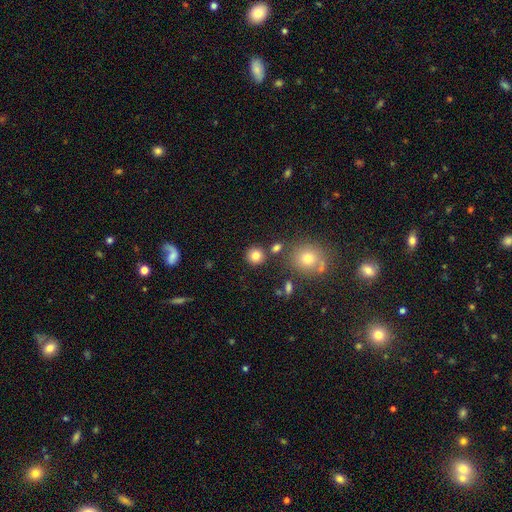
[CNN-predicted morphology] Smooth or featured? smooth (81%)
How rounded? round (91%)
Merging? none (83%)